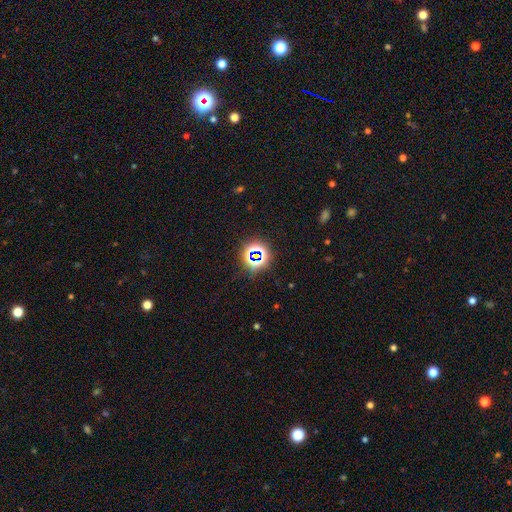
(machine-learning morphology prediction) Smooth or featured: star or artifact — 73% (smooth — 18%)